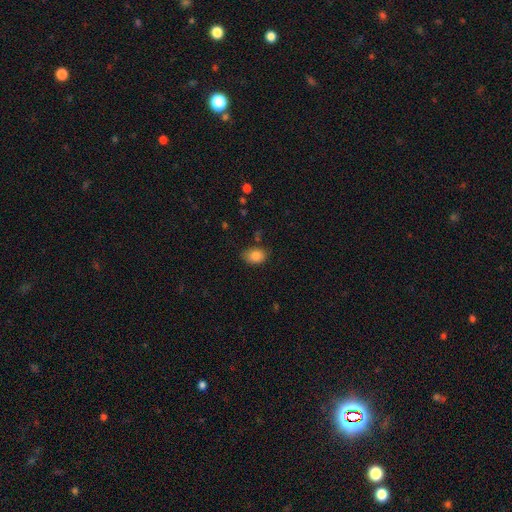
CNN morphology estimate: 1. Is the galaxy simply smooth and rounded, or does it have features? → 85% smooth, 9% star or artifact, 6% featured or disk.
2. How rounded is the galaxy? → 77% in between, 22% round, 1% cigar-shaped.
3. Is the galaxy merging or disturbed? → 69% none, 24% minor disturbance, 5% major disturbance, 3% merger.